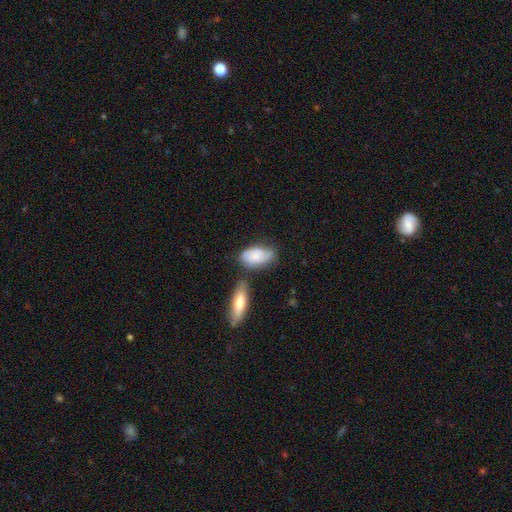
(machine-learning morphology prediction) smooth 58%, featured or disk 35%, star or artifact 7%. Down the decision tree: how rounded — in between (90%); merging — none (49%).